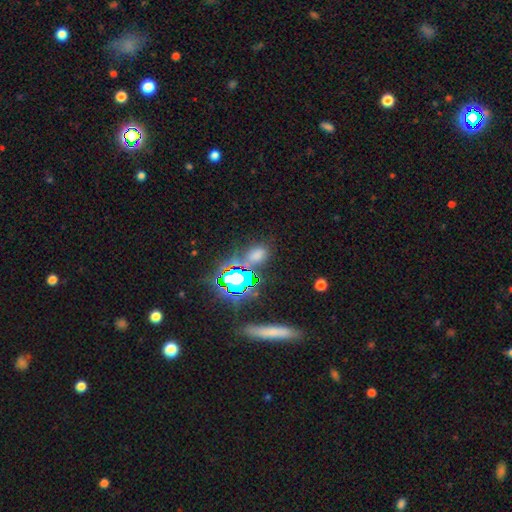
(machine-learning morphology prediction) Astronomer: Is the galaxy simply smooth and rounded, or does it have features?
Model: smooth — 54% (runner-up: star or artifact, 39%).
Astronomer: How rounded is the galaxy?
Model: in between — 73%.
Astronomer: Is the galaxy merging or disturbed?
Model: none — 73%.